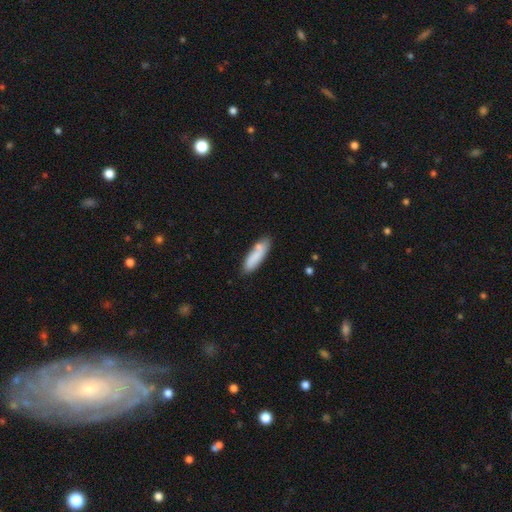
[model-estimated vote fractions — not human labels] smooth-or-featured: smooth: 79% | featured or disk: 15% | star or artifact: 6%
  how-rounded: cigar-shaped: 59% | in between: 39% | round: 2%
  merging: none: 70% | minor disturbance: 18% | merger: 8% | major disturbance: 4%